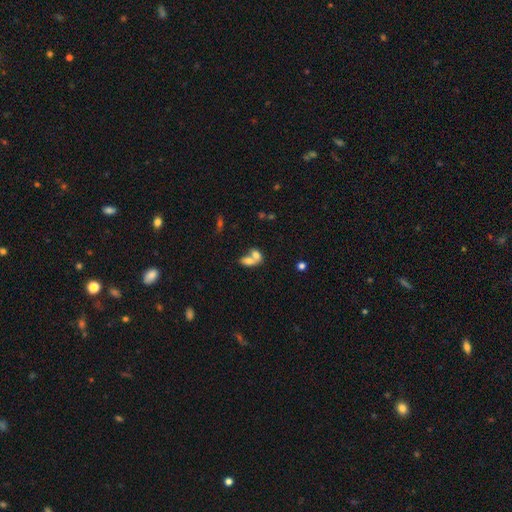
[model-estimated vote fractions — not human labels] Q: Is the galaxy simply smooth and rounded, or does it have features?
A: smooth — 71%.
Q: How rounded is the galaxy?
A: in between — 81%.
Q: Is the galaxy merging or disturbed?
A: merger — 73%.